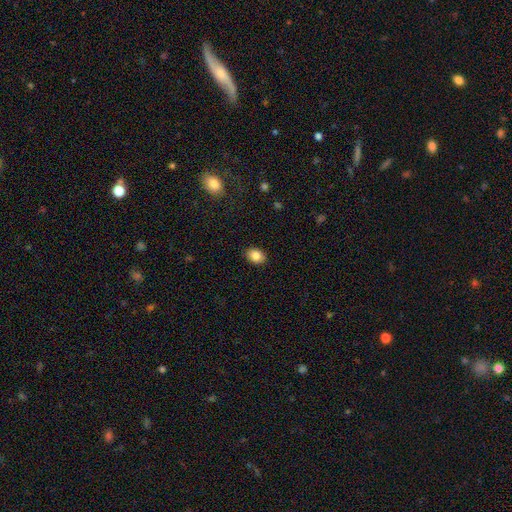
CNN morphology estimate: Q: Smooth or featured?
A: smooth (84%); runner-up: star or artifact (9%)
Q: How rounded?
A: in between (71%); runner-up: round (28%)
Q: Merging?
A: none (89%); runner-up: minor disturbance (8%)